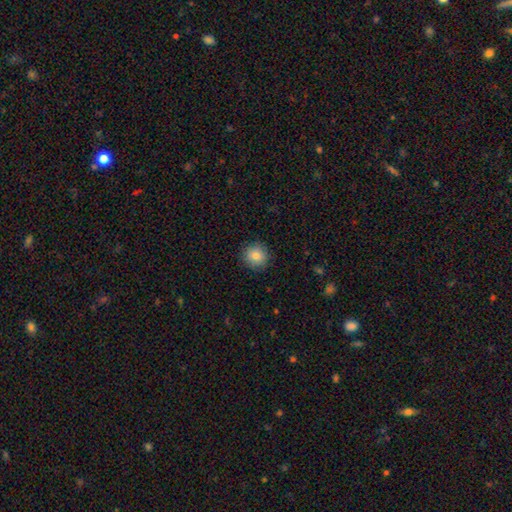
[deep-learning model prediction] Morphology: type=smooth (82%); roundness=round (93%); merging=none (90%).